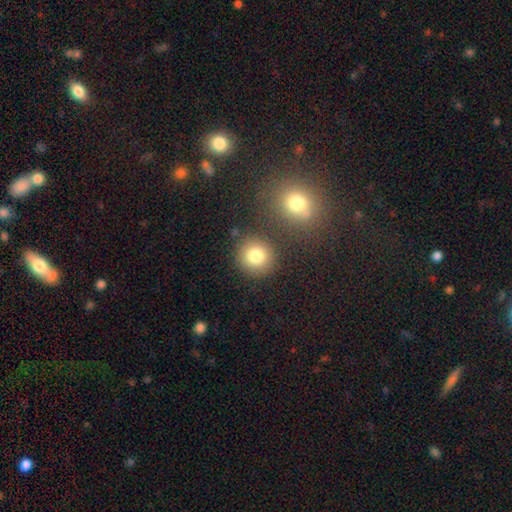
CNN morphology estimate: Smooth or featured: smooth — 81% (star or artifact — 11%)
How rounded: round — 92% (in between — 7%)
Merging: none — 82% (minor disturbance — 7%)